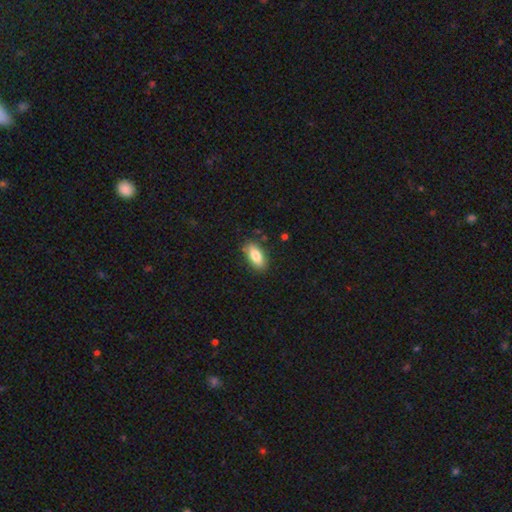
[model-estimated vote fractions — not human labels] A smooth galaxy with no disk features (82%) that is in between round and cigar-shaped (87%).

Vote fractions:
- Smooth or featured? smooth: 82% / featured or disk: 11% / star or artifact: 7%
- How rounded? in between: 87% / cigar-shaped: 10% / round: 3%
- Merging? none: 83% / minor disturbance: 13% / major disturbance: 3% / merger: 2%